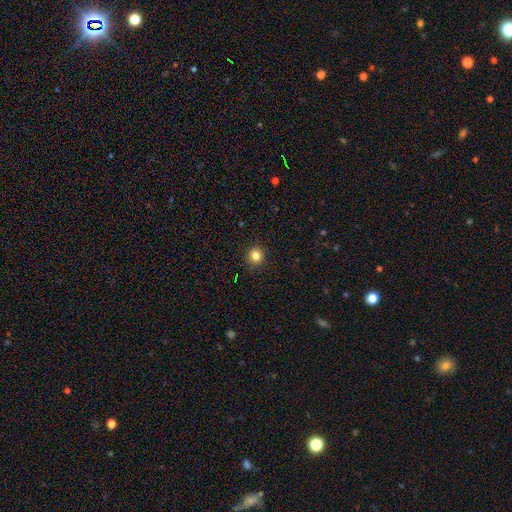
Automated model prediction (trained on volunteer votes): Q: Smooth or featured?
A: smooth (83%); runner-up: star or artifact (12%)
Q: How rounded?
A: round (90%); runner-up: in between (10%)
Q: Merging?
A: none (91%); runner-up: minor disturbance (6%)